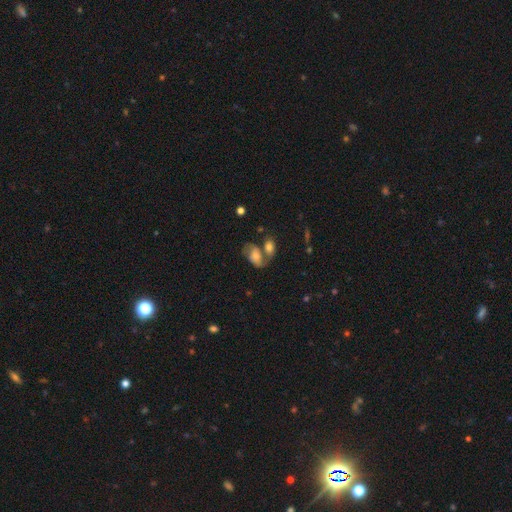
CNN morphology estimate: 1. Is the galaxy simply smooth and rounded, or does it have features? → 48% smooth, 41% featured or disk, 10% star or artifact.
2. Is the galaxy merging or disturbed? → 41% merger, 34% none, 15% minor disturbance, 9% major disturbance.